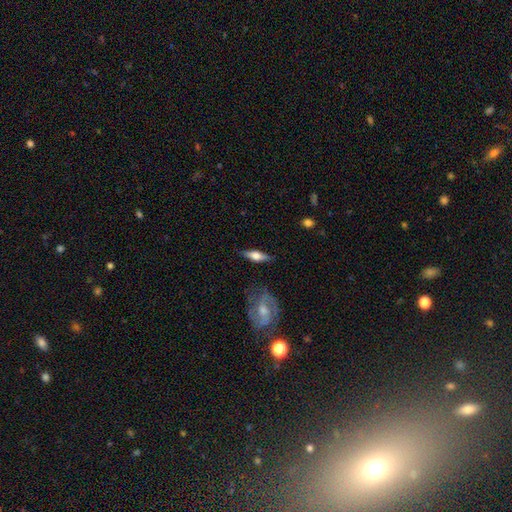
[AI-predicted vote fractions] Q: Smooth or featured?
A: featured or disk (52%); runner-up: smooth (42%)
Q: Edge-on disk?
A: yes (85%); runner-up: no (15%)
Q: Merging?
A: none (82%); runner-up: minor disturbance (13%)